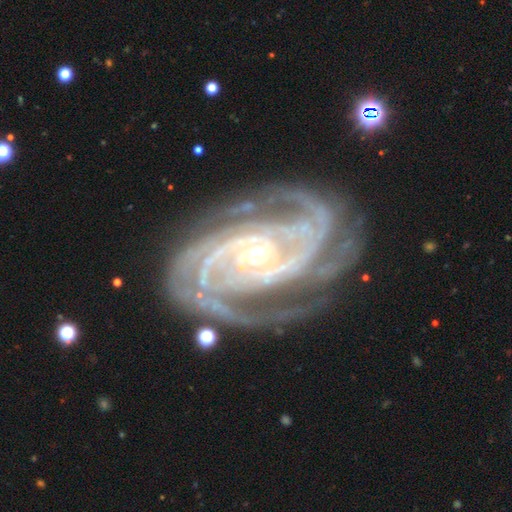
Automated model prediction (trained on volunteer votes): Smooth or featured?
  - featured or disk: 94% *
  - star or artifact: 4%
  - smooth: 2%
Edge-on disk?
  - no: 97% *
  - yes: 3%
Bar?
  - no: 42% *
  - weak: 31%
  - strong: 27%
Spiral arms?
  - yes: 99% *
  - no: 1%
Spiral winding?
  - tight: 70% *
  - medium: 27%
  - loose: 3%
Spiral arm count?
  - 3: 30% *
  - 4: 22%
  - 2: 20%
  - can't tell: 11%
  - more than 4: 10%
  - 1: 8%
Bulge size?
  - small: 62% *
  - moderate: 34%
  - large: 2%
  - none: 1%
  - dominant: 1%
Merging?
  - none: 76% *
  - minor disturbance: 16%
  - major disturbance: 6%
  - merger: 2%